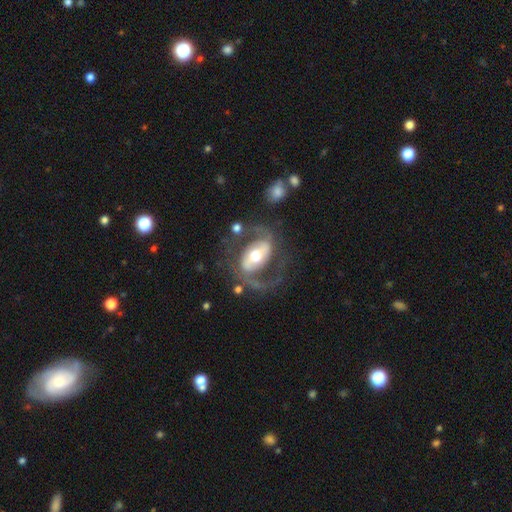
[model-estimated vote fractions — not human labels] Morphology: type=featured or disk (86%); edge-on=no (96%); bar=strong (46%); spiral arms=yes (91%); winding=medium (52%); arm count=2 (88%); bulge=moderate (68%); merging=none (65%).